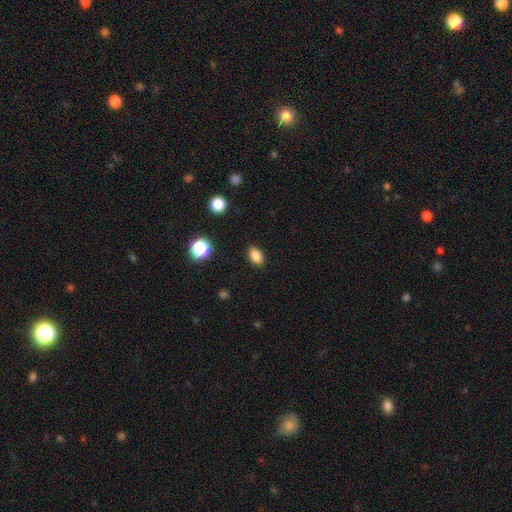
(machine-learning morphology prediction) A smooth galaxy with no disk features (85%) that is in between round and cigar-shaped (87%). Merging: none (88%).